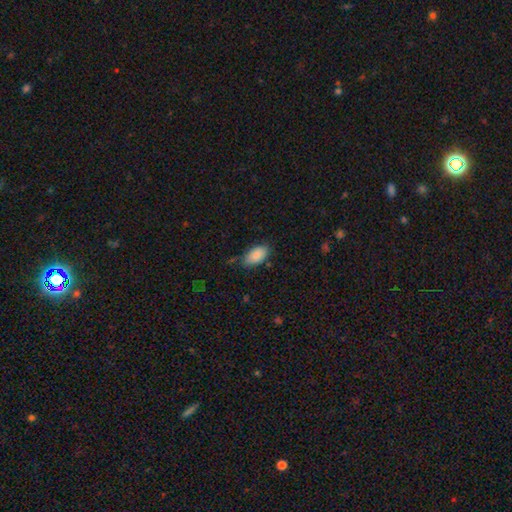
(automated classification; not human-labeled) smooth_or_featured: smooth (p=0.87) [alt: featured or disk p=0.07]
how_rounded: in between (p=0.94) [alt: round p=0.03]
merging: none (p=0.73) [alt: minor disturbance p=0.21]